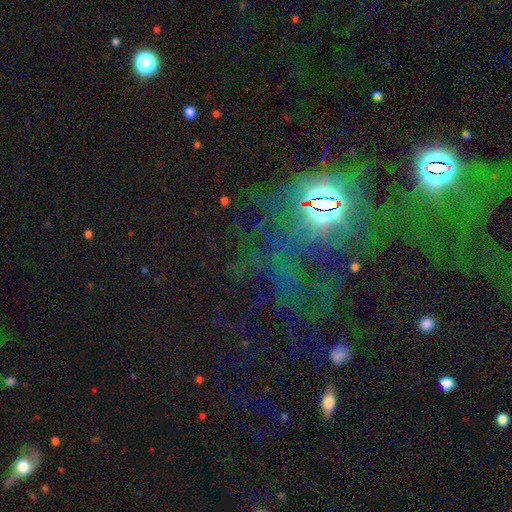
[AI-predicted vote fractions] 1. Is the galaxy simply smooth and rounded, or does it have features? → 76% star or artifact, 12% featured or disk, 12% smooth.